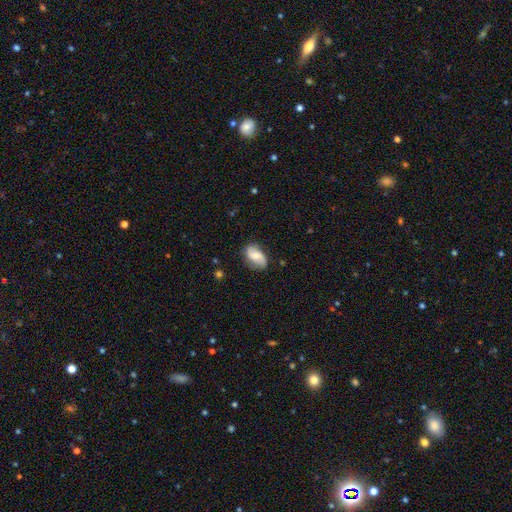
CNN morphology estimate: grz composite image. It shows a featured or disk galaxy (49%). Merging: none (73%).